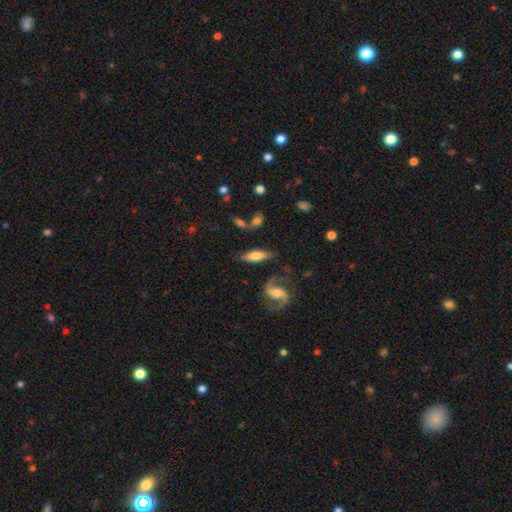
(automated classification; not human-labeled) Smooth or featured?
  - smooth: 51% *
  - featured or disk: 42%
  - star or artifact: 7%
How rounded?
  - in between: 59% *
  - cigar-shaped: 37%
  - round: 4%
Merging?
  - none: 72% *
  - minor disturbance: 16%
  - merger: 7%
  - major disturbance: 5%